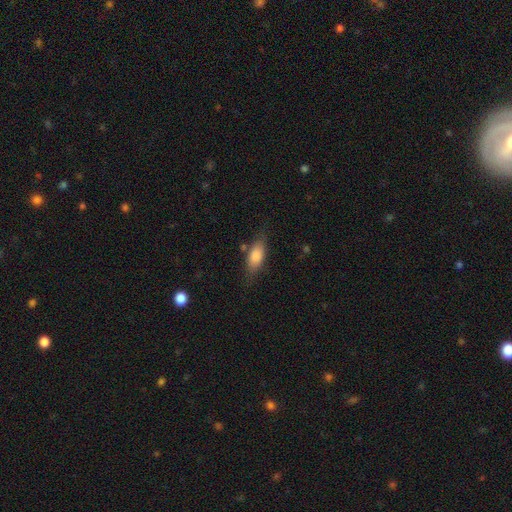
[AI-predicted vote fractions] This appears to be a smooth galaxy with no disk features (79%) that is in between round and cigar-shaped (78%). Merging: none (70%).